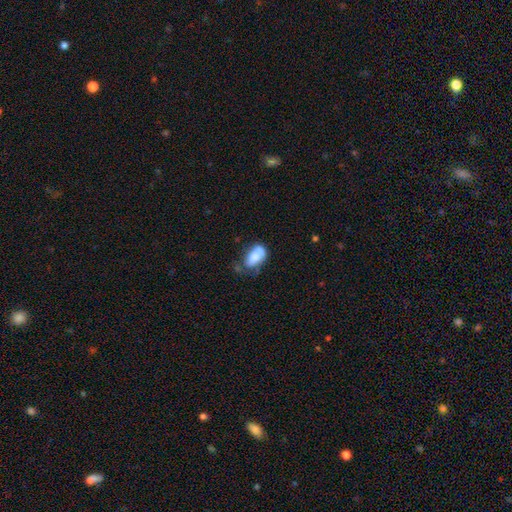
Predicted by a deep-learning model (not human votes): smooth 68%, featured or disk 24%, star or artifact 8%. Down the decision tree: how rounded — in between (91%); merging — none (32%).